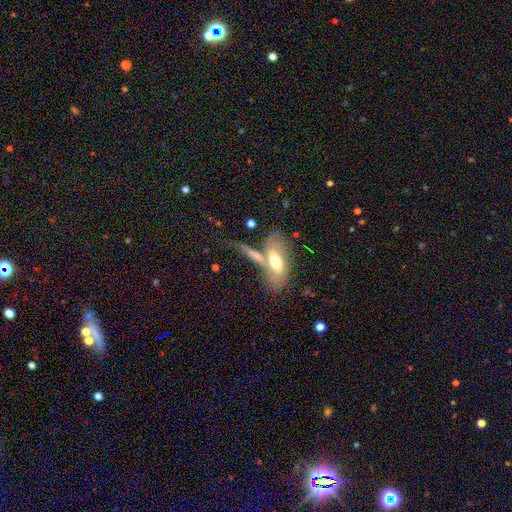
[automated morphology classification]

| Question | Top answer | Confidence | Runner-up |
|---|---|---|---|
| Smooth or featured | smooth | 52% | featured or disk (41%) |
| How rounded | in between | 55% | cigar-shaped (40%) |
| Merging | merger | 42% | none (36%) |